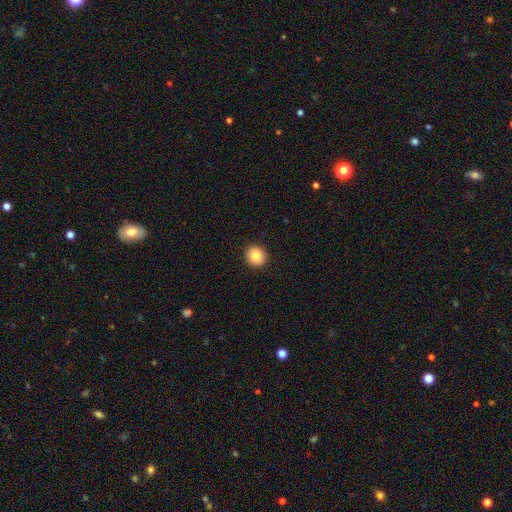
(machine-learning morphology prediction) type=smooth (85%); roundness=round (92%); merging=none (93%).